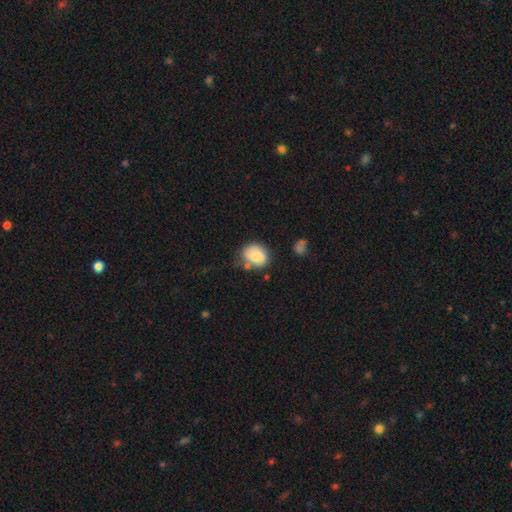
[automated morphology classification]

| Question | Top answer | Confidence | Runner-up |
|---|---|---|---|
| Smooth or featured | smooth | 77% | featured or disk (15%) |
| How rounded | round | 56% | in between (43%) |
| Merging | none | 58% | minor disturbance (25%) |